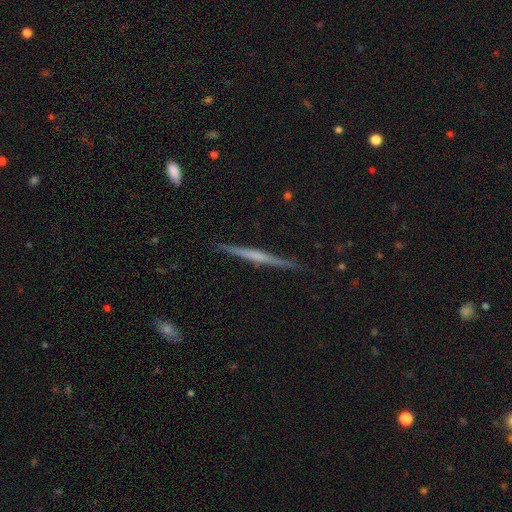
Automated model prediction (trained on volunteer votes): A featured or disk galaxy (67%) viewed edge-on (98%) with no central bulge (54%). Merging: none (90%).